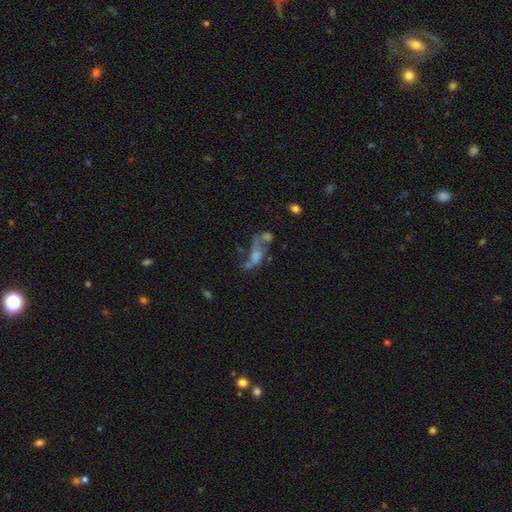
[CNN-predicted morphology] smooth-or-featured: featured or disk: 50% | smooth: 31% | star or artifact: 19%
  merging: merger: 35% | major disturbance: 29% | none: 24% | minor disturbance: 12%